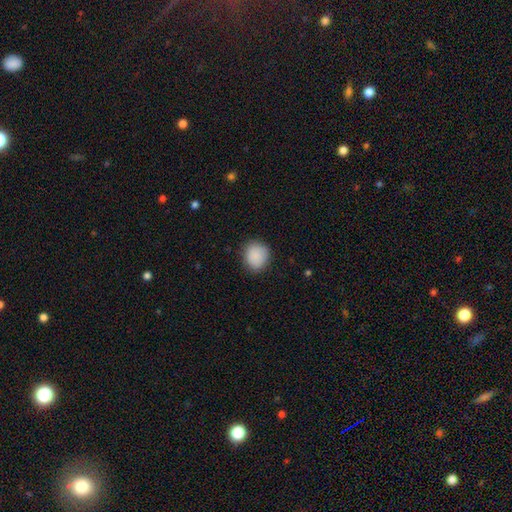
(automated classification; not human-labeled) Morphology: type=smooth (89%); roundness=round (79%); merging=none (84%).